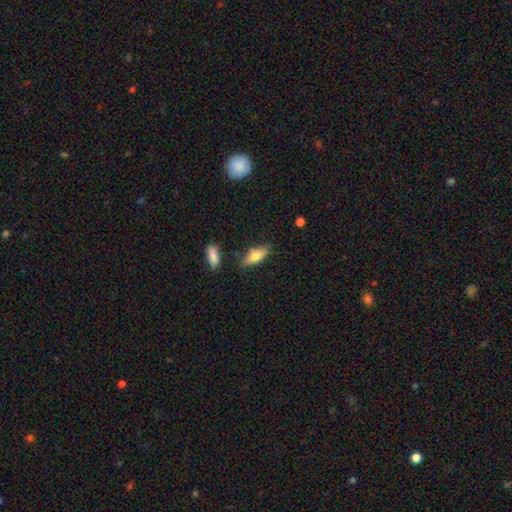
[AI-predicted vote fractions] Q: Smooth or featured?
A: smooth (67%); runner-up: featured or disk (26%)
Q: How rounded?
A: in between (65%); runner-up: cigar-shaped (32%)
Q: Merging?
A: none (75%); runner-up: minor disturbance (16%)